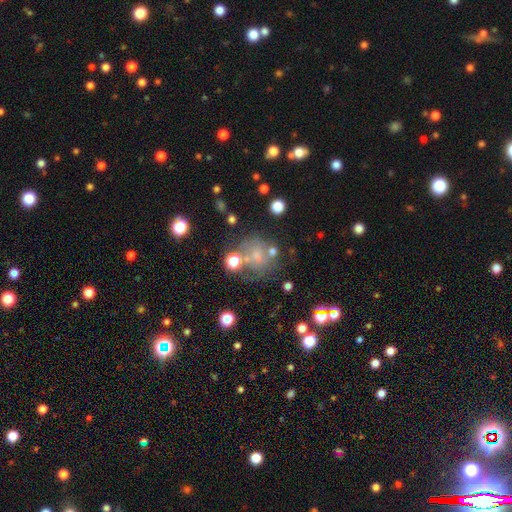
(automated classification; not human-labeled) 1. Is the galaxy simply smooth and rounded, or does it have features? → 54% smooth, 27% featured or disk, 20% star or artifact.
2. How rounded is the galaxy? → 81% round, 18% in between, 1% cigar-shaped.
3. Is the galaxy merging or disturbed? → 54% none, 18% minor disturbance, 15% major disturbance, 12% merger.